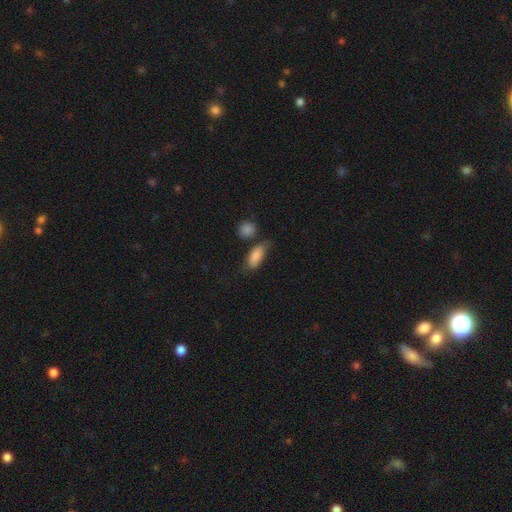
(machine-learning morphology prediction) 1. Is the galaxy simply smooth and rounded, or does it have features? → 86% smooth, 7% featured or disk, 7% star or artifact.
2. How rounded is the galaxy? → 83% in between, 13% cigar-shaped, 4% round.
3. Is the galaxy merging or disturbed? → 54% none, 26% minor disturbance, 12% merger, 9% major disturbance.